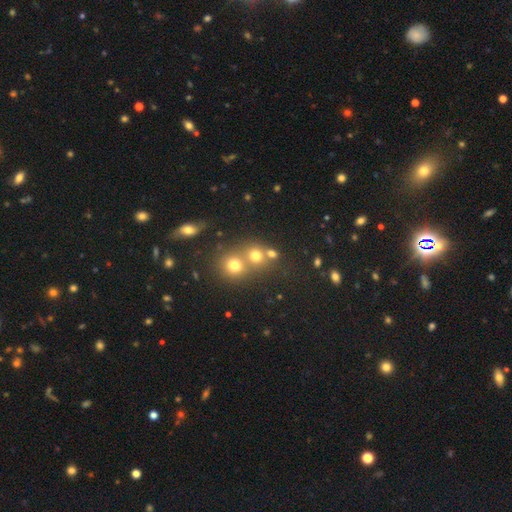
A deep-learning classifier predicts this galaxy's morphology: This is likely a smooth galaxy (71%). How rounded: clearly round (81%). Merging: marginally none (45%).